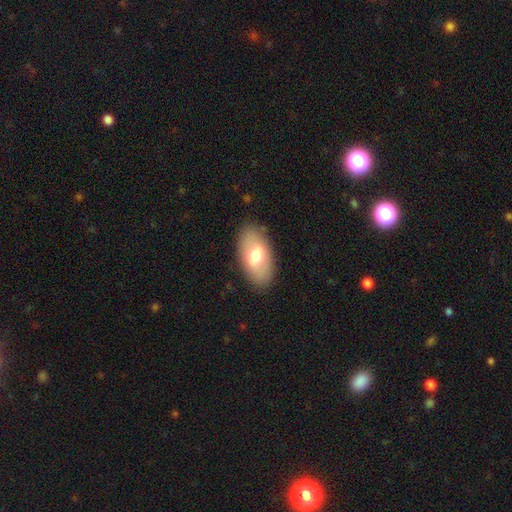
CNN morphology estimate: Overall: smooth (66%; featured or disk 28%). How rounded: in between (93%). Merging: none (85%).